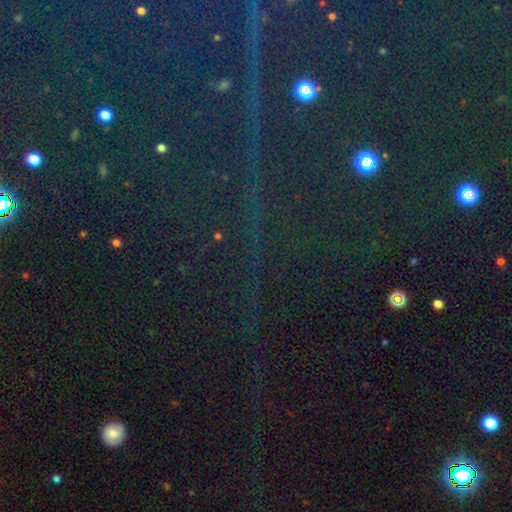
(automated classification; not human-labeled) Morphology: type=star or artifact (85%).